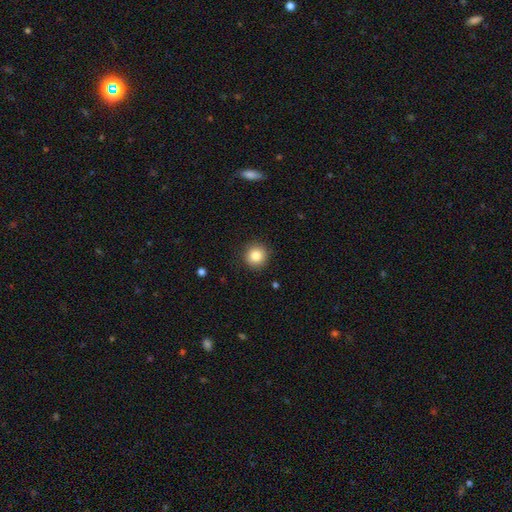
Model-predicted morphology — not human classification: Q: Smooth or featured?
A: smooth (84%); runner-up: star or artifact (10%)
Q: How rounded?
A: round (94%); runner-up: in between (5%)
Q: Merging?
A: none (91%); runner-up: minor disturbance (6%)